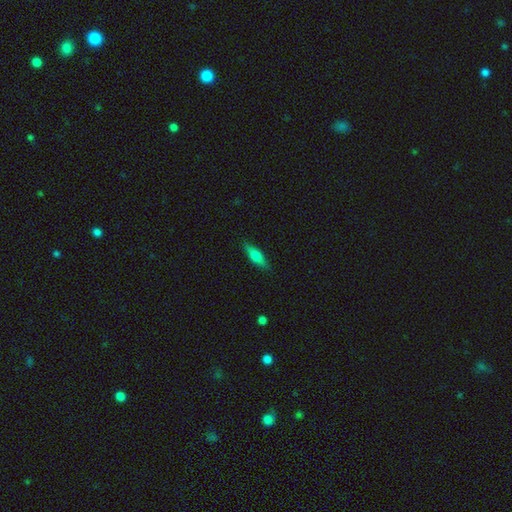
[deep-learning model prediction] A smooth galaxy with no disk features (56%) that is cigar-shaped (55%). Merging: none (87%).